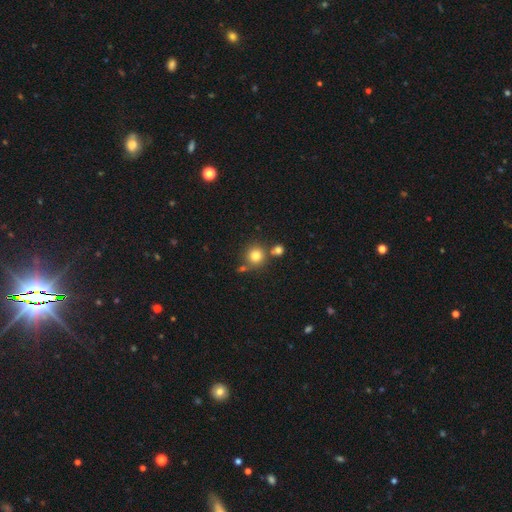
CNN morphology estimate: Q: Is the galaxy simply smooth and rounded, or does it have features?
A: smooth — 80%.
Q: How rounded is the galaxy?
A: round — 91%.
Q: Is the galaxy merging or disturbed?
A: none — 70%.